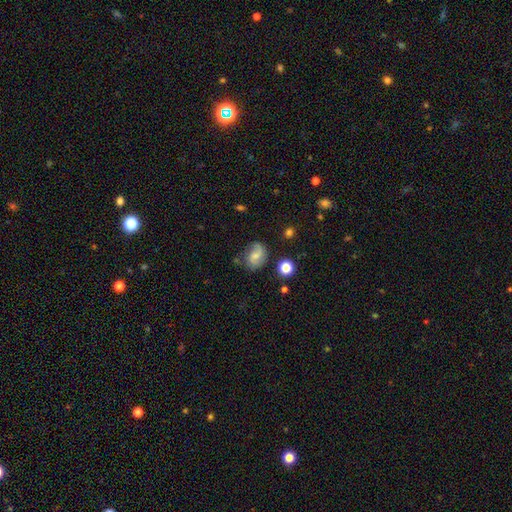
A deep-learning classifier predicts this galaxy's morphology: smooth_or_featured: featured or disk (p=0.46) [alt: smooth p=0.44]
merging: none (p=0.58) [alt: minor disturbance p=0.26]